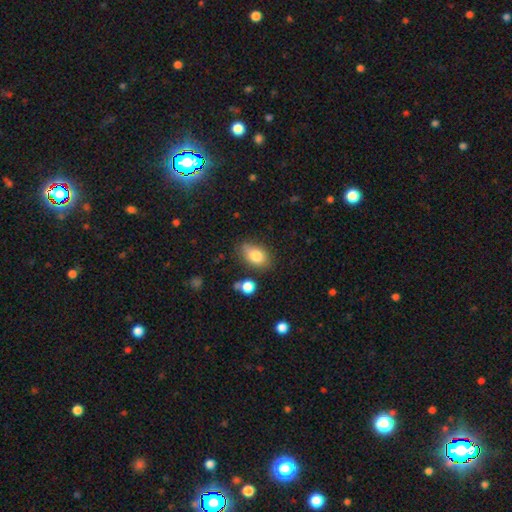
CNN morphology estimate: smooth 82%, featured or disk 9%, star or artifact 9%. Down the decision tree: how rounded — in between (84%); merging — none (69%).